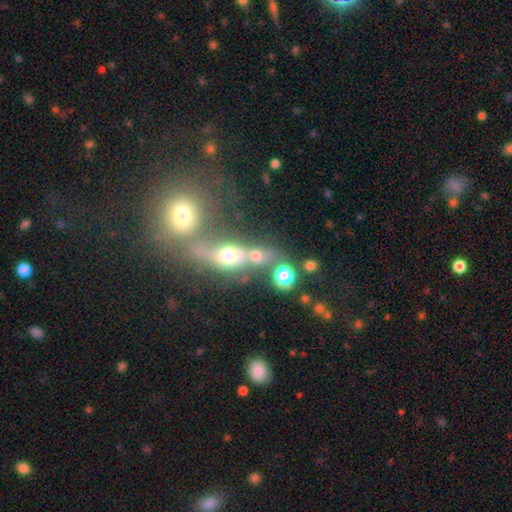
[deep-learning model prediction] A smooth galaxy with no disk features (54%) that is round (49%).

Vote fractions:
- Smooth or featured? smooth: 54% / featured or disk: 25% / star or artifact: 21%
- How rounded? round: 49% / in between: 44% / cigar-shaped: 7%
- Merging? merger: 64% / none: 20% / major disturbance: 9% / minor disturbance: 7%